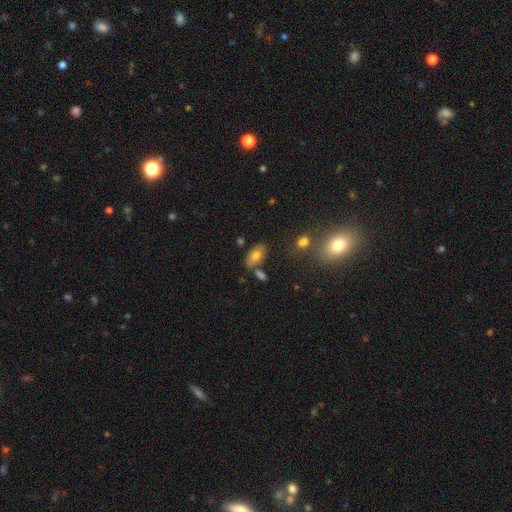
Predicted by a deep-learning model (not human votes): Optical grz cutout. It shows a smooth galaxy with no disk features (73%) that is in between round and cigar-shaped (91%). Merging: none (72%).